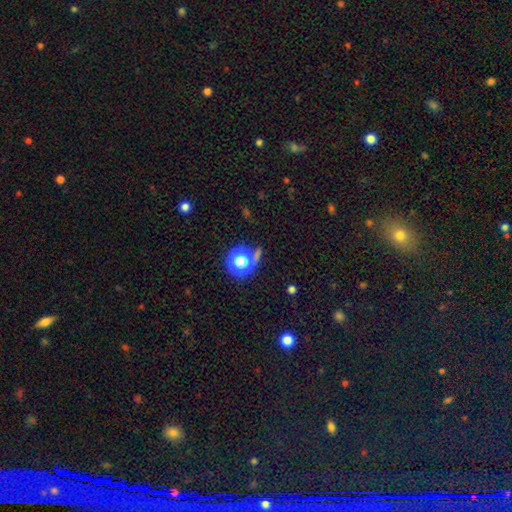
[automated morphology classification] Overall: star or artifact (50%; smooth 42%).